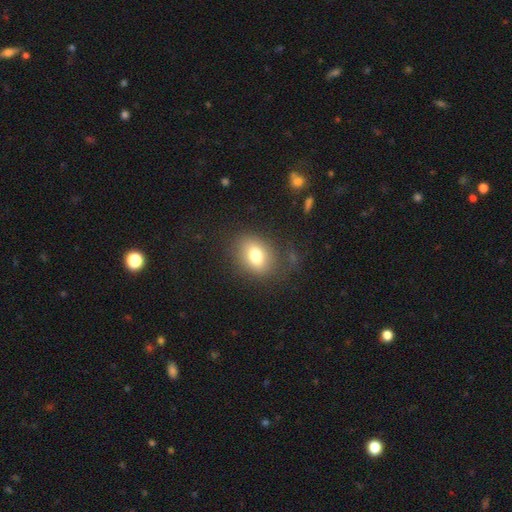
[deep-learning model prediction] Q: Smooth or featured?
A: smooth (76%); runner-up: featured or disk (13%)
Q: How rounded?
A: in between (66%); runner-up: round (32%)
Q: Merging?
A: none (77%); runner-up: minor disturbance (14%)